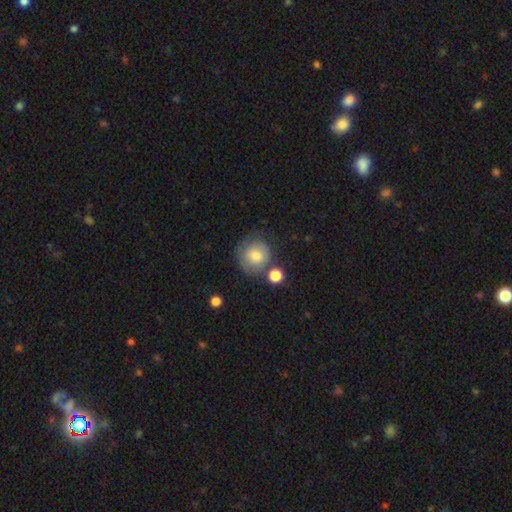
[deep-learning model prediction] Smooth or featured?
  - smooth: 76% *
  - featured or disk: 16%
  - star or artifact: 8%
How rounded?
  - round: 90% *
  - in between: 9%
  - cigar-shaped: 1%
Merging?
  - none: 61% *
  - minor disturbance: 19%
  - merger: 13%
  - major disturbance: 7%